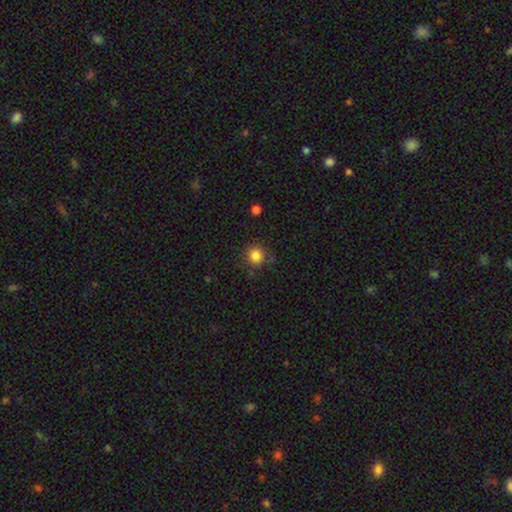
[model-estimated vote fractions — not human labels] smooth 84%, star or artifact 11%, featured or disk 5%. Down the decision tree: how rounded — round (93%); merging — none (80%).